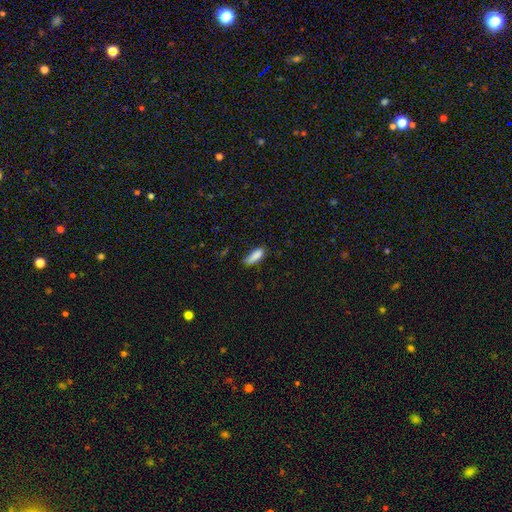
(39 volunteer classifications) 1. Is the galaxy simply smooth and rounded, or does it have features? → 87% smooth, 8% star or artifact, 5% featured or disk.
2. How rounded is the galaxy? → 65% in between, 35% cigar-shaped, 0% round.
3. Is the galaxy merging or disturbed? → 81% none, 17% minor disturbance, 3% major disturbance, 0% merger.